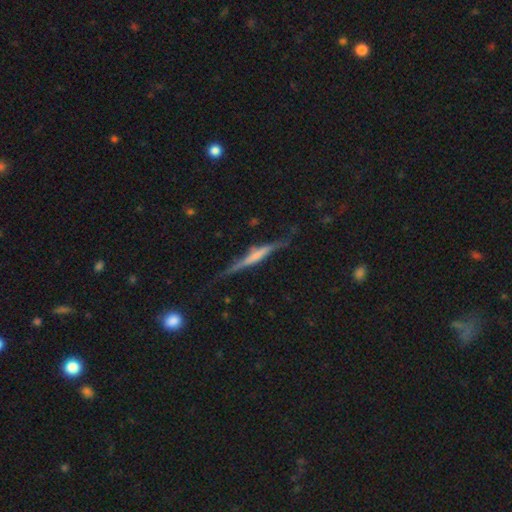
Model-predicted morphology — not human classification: The model was most divided on "edge-on bulge": rounded: 38%, none: 35%, boxy: 27%. More confident: edge-on disk — yes (95%); merging — none (74%); smooth or featured — featured or disk (70%).